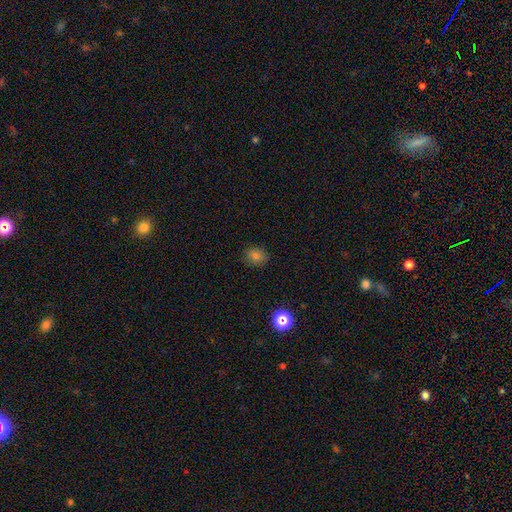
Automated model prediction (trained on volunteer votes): A smooth galaxy with no disk features (79%) that is round (63%).

Vote fractions:
- Smooth or featured? smooth: 79% / star or artifact: 16% / featured or disk: 5%
- How rounded? round: 63% / in between: 36% / cigar-shaped: 1%
- Merging? none: 84% / minor disturbance: 12% / major disturbance: 3% / merger: 1%